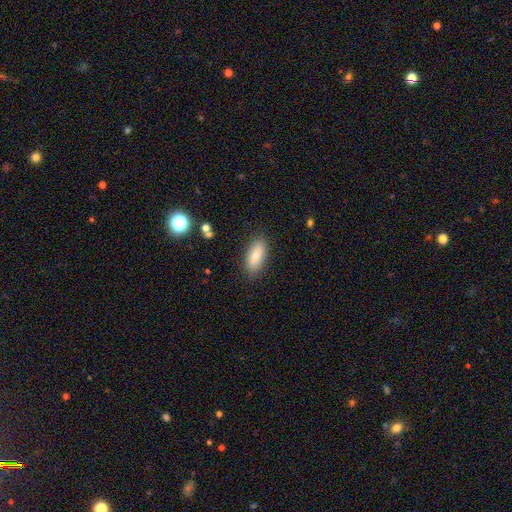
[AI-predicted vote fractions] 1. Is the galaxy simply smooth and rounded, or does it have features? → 79% smooth, 14% featured or disk, 7% star or artifact.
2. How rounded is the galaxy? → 80% in between, 17% cigar-shaped, 3% round.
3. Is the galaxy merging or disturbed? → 86% none, 10% minor disturbance, 3% major disturbance, 1% merger.